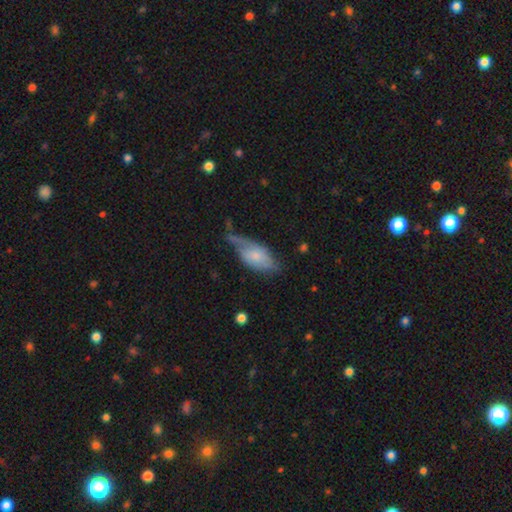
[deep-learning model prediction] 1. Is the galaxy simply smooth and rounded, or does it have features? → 59% smooth, 35% featured or disk, 7% star or artifact.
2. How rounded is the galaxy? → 88% in between, 9% cigar-shaped, 3% round.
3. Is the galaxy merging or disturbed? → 40% minor disturbance, 34% none, 20% major disturbance, 6% merger.